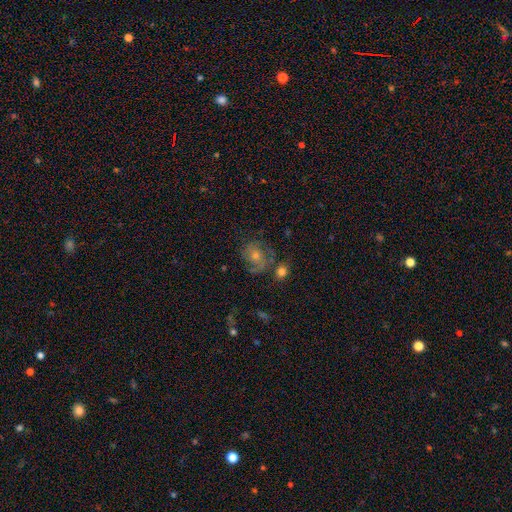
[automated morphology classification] Smooth or featured?
  - featured or disk: 61% *
  - smooth: 22%
  - star or artifact: 17%
Edge-on disk?
  - no: 97% *
  - yes: 3%
Bar?
  - no: 77% *
  - weak: 19%
  - strong: 4%
Spiral arms?
  - yes: 84% *
  - no: 16%
Spiral winding?
  - tight: 53% *
  - medium: 36%
  - loose: 11%
Spiral arm count?
  - 2: 41% *
  - can't tell: 32%
  - 3: 11%
  - 1: 8%
  - 4: 4%
  - more than 4: 4%
Bulge size?
  - moderate: 57% *
  - small: 35%
  - large: 4%
  - none: 2%
  - dominant: 1%
Merging?
  - none: 66% *
  - minor disturbance: 17%
  - major disturbance: 9%
  - merger: 8%